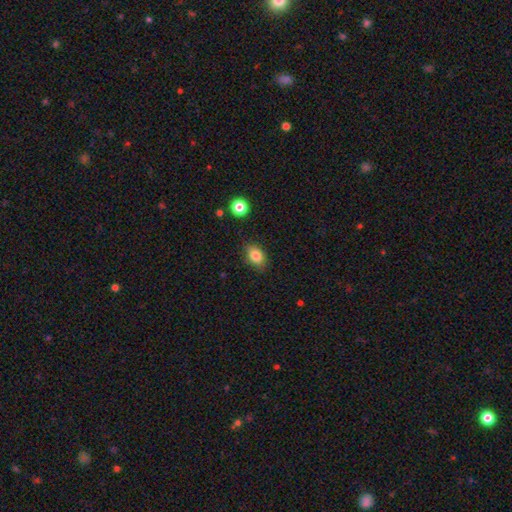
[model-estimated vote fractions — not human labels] This appears to be a smooth galaxy with no disk features (84%) that is in between round and cigar-shaped (78%). Merging: none (81%).